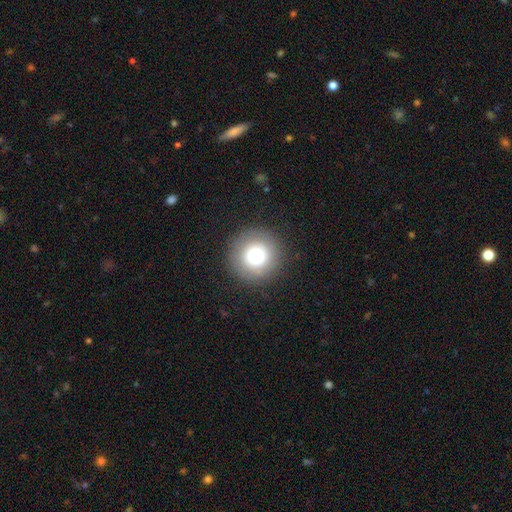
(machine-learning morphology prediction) This appears to be a smooth galaxy with no disk features (78%) that is round (95%). Merging: none (88%).